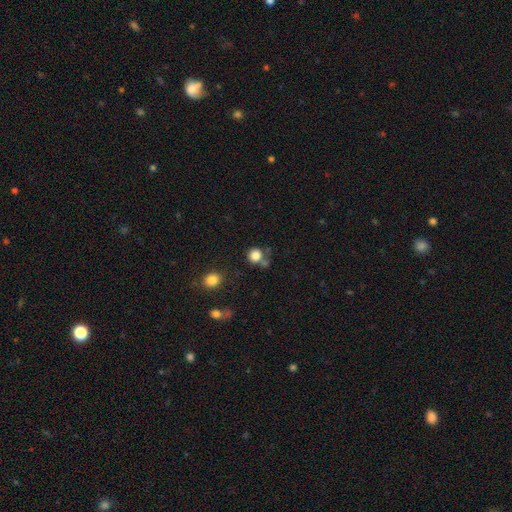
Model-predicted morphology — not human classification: The model was most divided on "merging": none: 61%, merger: 18%, minor disturbance: 15%, major disturbance: 6%. More confident: how rounded — round (86%); smooth or featured — smooth (83%).